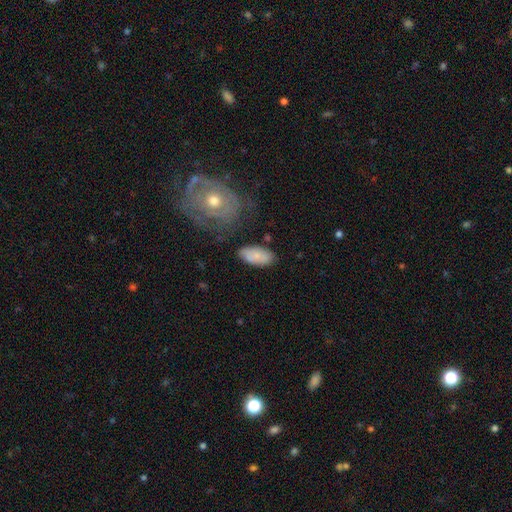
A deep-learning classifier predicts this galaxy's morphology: Smooth or featured? Predicted: smooth (p=0.73). How rounded? Predicted: in between (p=0.92). Merging? Predicted: none (p=0.74).